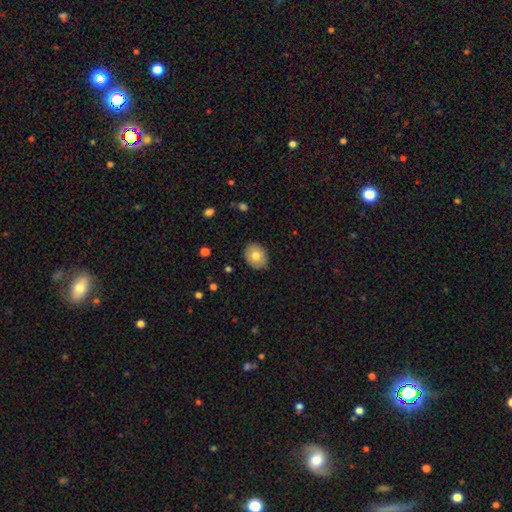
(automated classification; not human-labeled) This appears to be a smooth galaxy with no disk features (77%) that is round (55%). Merging: none (86%).